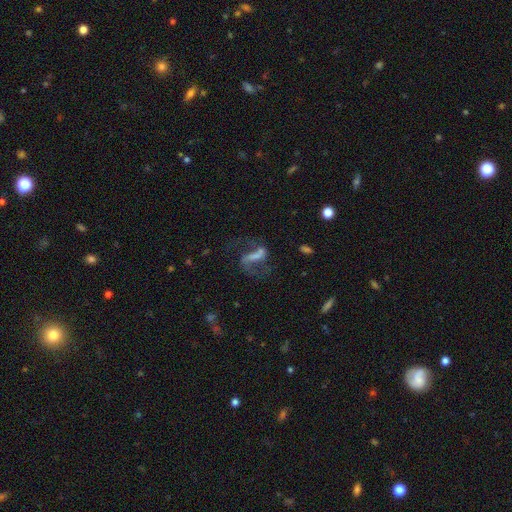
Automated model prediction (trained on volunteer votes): Morphology: type=featured or disk (72%); edge-on=no (93%); bar=strong (56%); spiral arms=yes (88%); winding=loose (57%); arm count=2 (87%); bulge=none (46%); merging=none (59%).